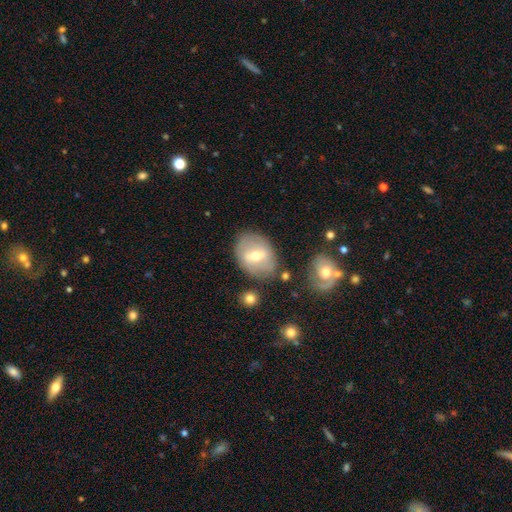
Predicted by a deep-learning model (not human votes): smooth-or-featured: featured or disk: 53% | smooth: 40% | star or artifact: 7%
  disk-edge-on: no: 91% | yes: 9%
  merging: none: 73% | minor disturbance: 16% | major disturbance: 5% | merger: 5%